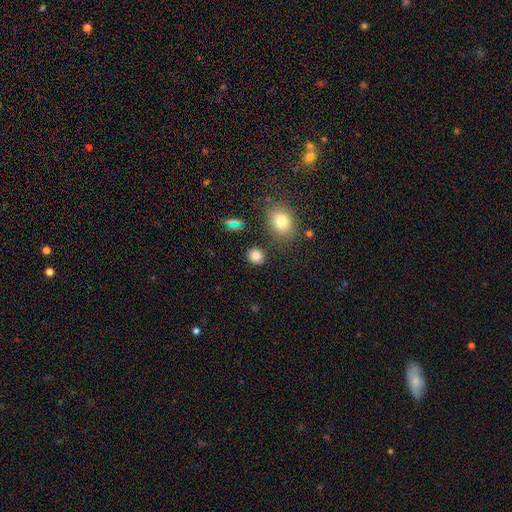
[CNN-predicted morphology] smooth 79%, star or artifact 16%, featured or disk 6%. Down the decision tree: how rounded — round (73%); merging — none (85%).